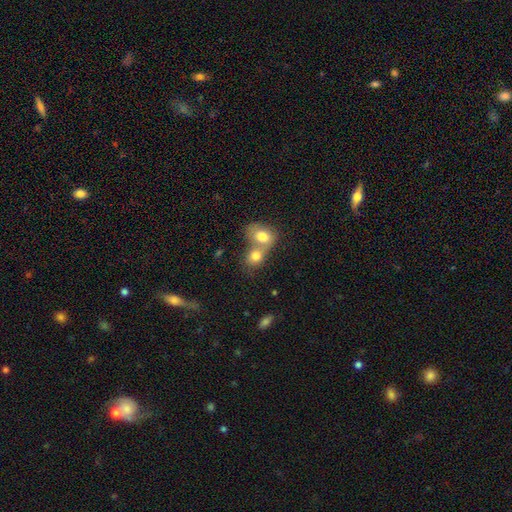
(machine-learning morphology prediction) The model was most divided on "how rounded": in between: 50%, round: 49%, cigar-shaped: 1%. More confident: smooth or featured — smooth (77%); merging — merger (69%).